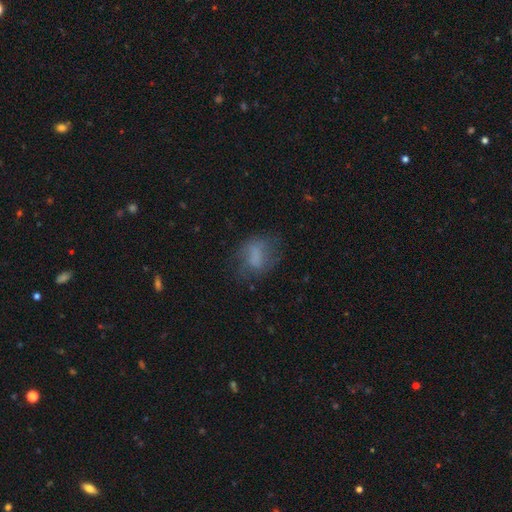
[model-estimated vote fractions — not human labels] The model was most divided on "merging": none: 51%, minor disturbance: 25%, major disturbance: 21%, merger: 2%. More confident: how rounded — in between (71%); smooth or featured — smooth (59%).